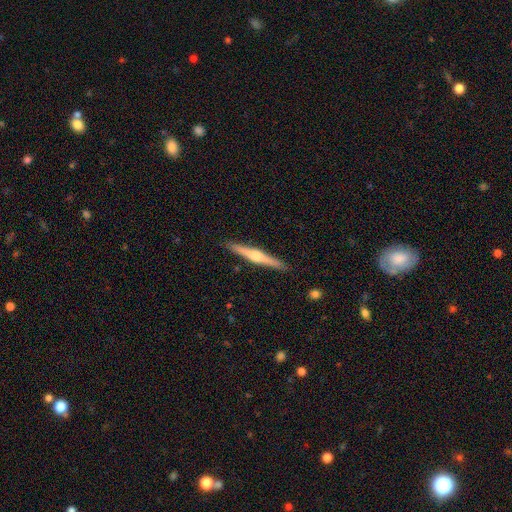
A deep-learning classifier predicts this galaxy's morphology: This appears to be a featured or disk galaxy (71%) viewed edge-on (98%) with a rounded central bulge (88%). Merging: none (91%).